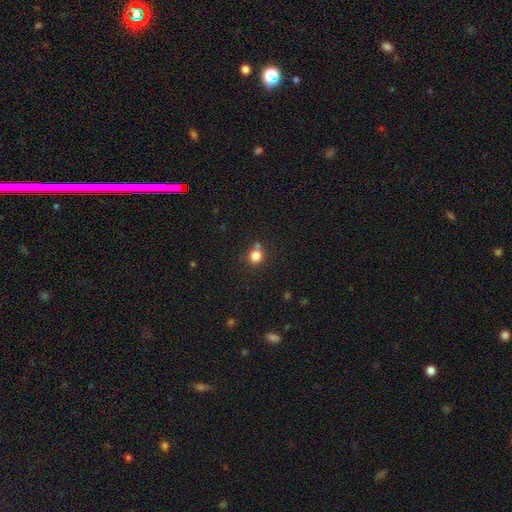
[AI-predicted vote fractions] Smooth or featured? smooth (81%)
How rounded? round (86%)
Merging? none (70%)